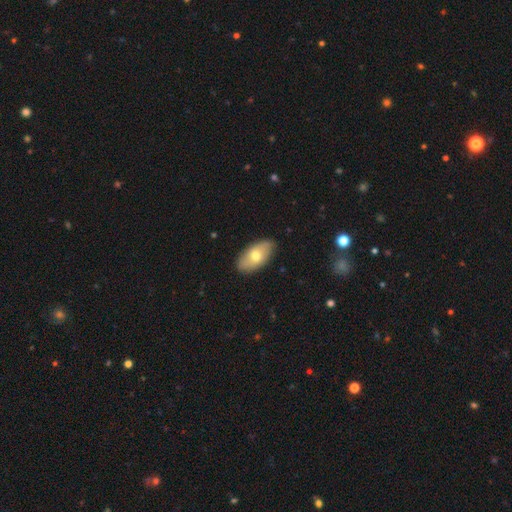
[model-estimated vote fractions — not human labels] Morphology: type=smooth (66%); roundness=in between (93%); merging=none (86%).